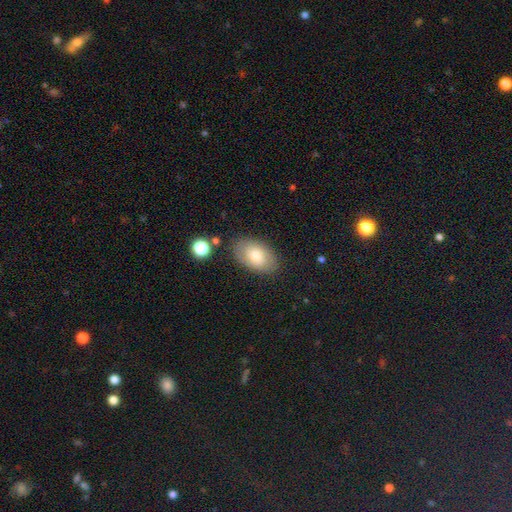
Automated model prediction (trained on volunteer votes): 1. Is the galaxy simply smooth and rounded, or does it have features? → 73% smooth, 19% featured or disk, 8% star or artifact.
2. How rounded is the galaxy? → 91% in between, 7% round, 1% cigar-shaped.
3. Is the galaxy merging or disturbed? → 81% none, 13% minor disturbance, 3% major disturbance, 2% merger.